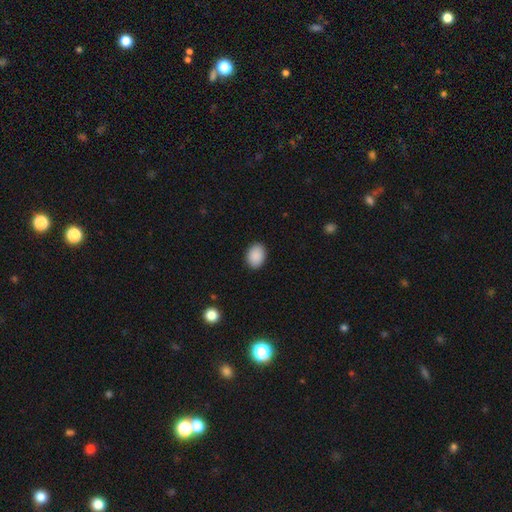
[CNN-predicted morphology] Smooth or featured?
  - smooth: 90% *
  - star or artifact: 7%
  - featured or disk: 3%
How rounded?
  - in between: 71% *
  - round: 29%
  - cigar-shaped: 1%
Merging?
  - none: 89% *
  - minor disturbance: 8%
  - major disturbance: 2%
  - merger: 1%